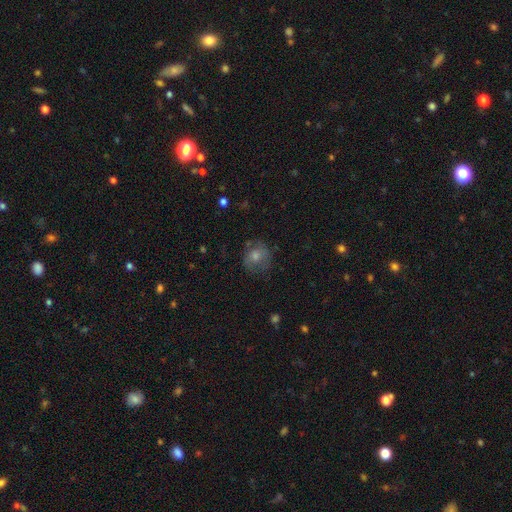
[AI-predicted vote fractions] A smooth galaxy with no disk features (50%) that is round (77%).

Vote fractions:
- Smooth or featured? smooth: 50% / featured or disk: 34% / star or artifact: 16%
- How rounded? round: 77% / in between: 22% / cigar-shaped: 1%
- Merging? none: 72% / minor disturbance: 18% / major disturbance: 8% / merger: 1%